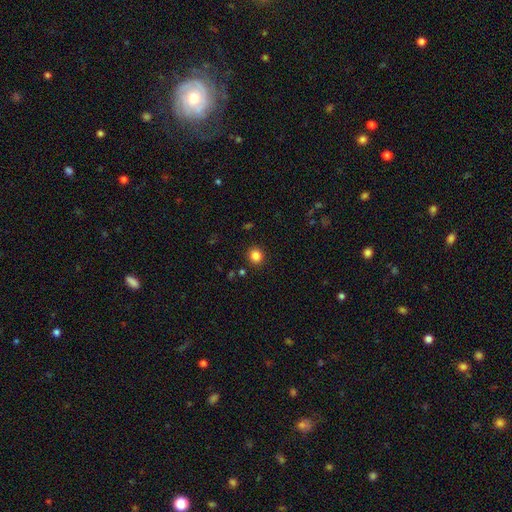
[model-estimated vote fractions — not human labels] smooth 84%, star or artifact 12%, featured or disk 4%. Down the decision tree: how rounded — round (89%); merging — none (91%).